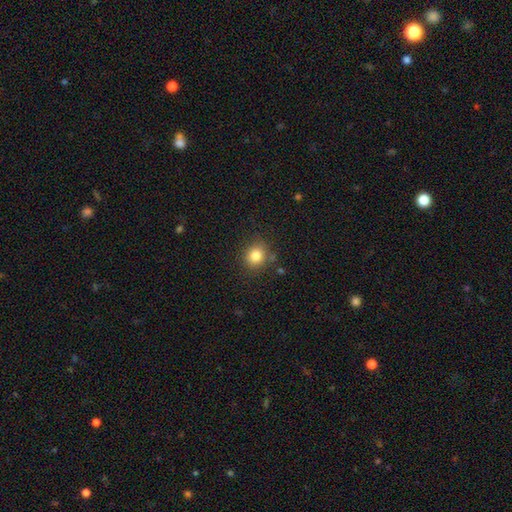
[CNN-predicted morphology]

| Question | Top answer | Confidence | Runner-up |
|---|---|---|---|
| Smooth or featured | smooth | 82% | star or artifact (12%) |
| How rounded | round | 77% | in between (22%) |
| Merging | none | 81% | minor disturbance (12%) |